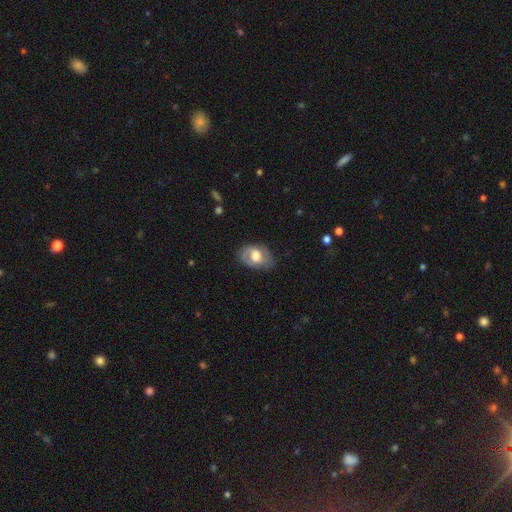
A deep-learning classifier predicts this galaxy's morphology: type=smooth (47%); merging=none (68%).